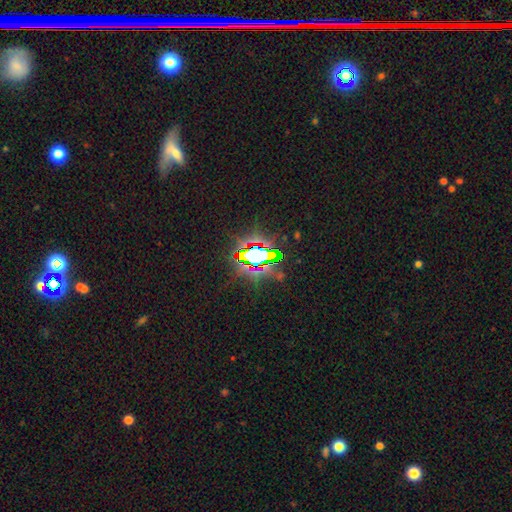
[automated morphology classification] Overall: star or artifact (73%).